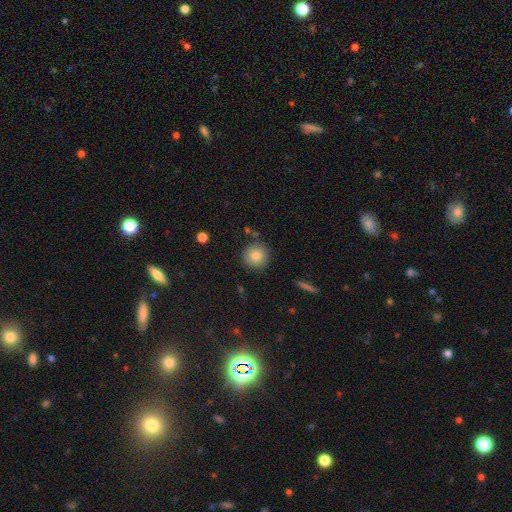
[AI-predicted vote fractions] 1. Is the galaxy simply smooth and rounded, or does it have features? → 81% smooth, 10% featured or disk, 9% star or artifact.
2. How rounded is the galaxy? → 95% round, 4% in between, 1% cigar-shaped.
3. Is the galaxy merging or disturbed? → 87% none, 8% minor disturbance, 3% merger, 2% major disturbance.